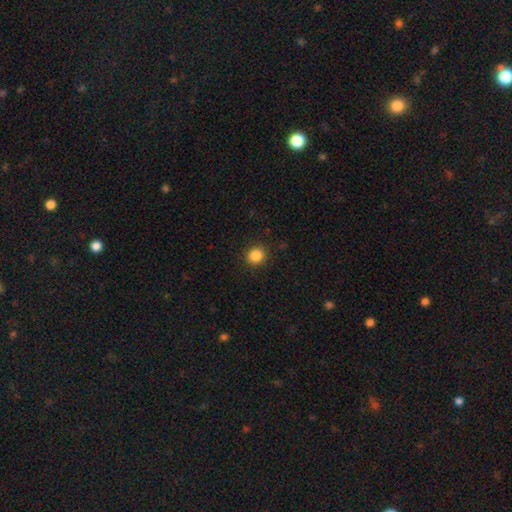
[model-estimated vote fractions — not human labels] Smooth or featured?
  - smooth: 85% *
  - star or artifact: 11%
  - featured or disk: 4%
How rounded?
  - round: 89% *
  - in between: 10%
  - cigar-shaped: 1%
Merging?
  - none: 91% *
  - minor disturbance: 6%
  - major disturbance: 2%
  - merger: 1%